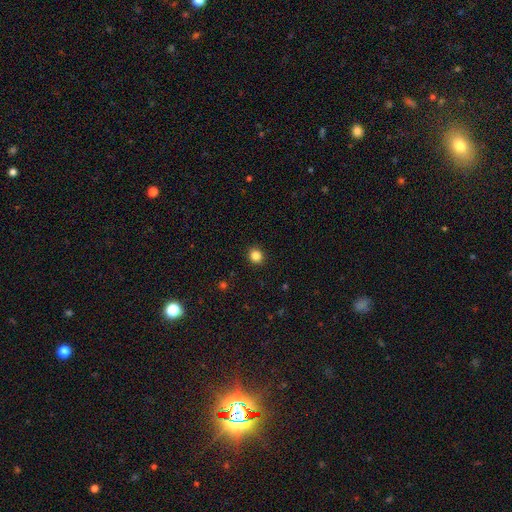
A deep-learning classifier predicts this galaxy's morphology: A smooth galaxy with no disk features (85%) that is round (82%).

Vote fractions:
- Smooth or featured? smooth: 85% / star or artifact: 11% / featured or disk: 4%
- How rounded? round: 82% / in between: 17% / cigar-shaped: 1%
- Merging? none: 92% / minor disturbance: 5% / major disturbance: 2% / merger: 1%